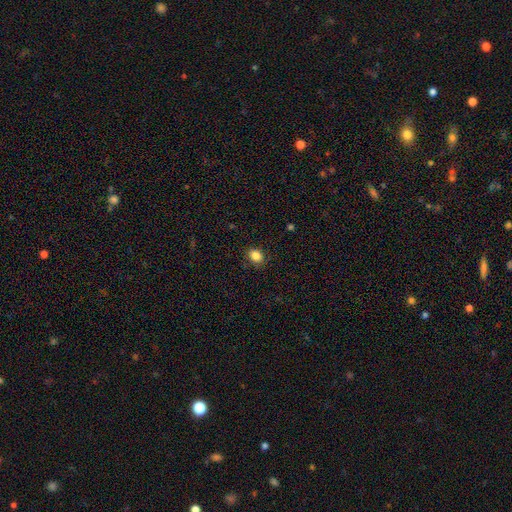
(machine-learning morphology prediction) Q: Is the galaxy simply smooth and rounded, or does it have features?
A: smooth — 85%.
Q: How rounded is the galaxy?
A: round — 52%.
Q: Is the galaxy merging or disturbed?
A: none — 86%.